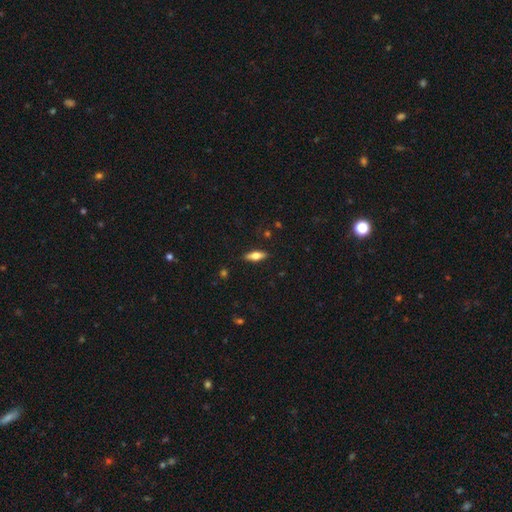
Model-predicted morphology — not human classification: This appears to be a smooth galaxy with no disk features (55%) that is in between round and cigar-shaped (57%). Merging: none (88%).